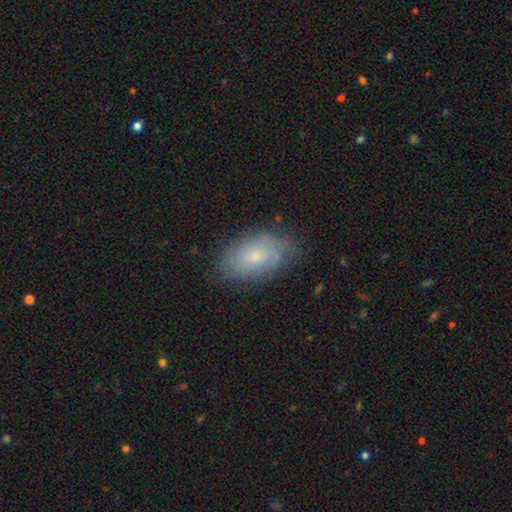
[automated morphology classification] This appears to be a smooth galaxy with no disk features (65%) that is in between round and cigar-shaped (92%). Merging: none (72%).